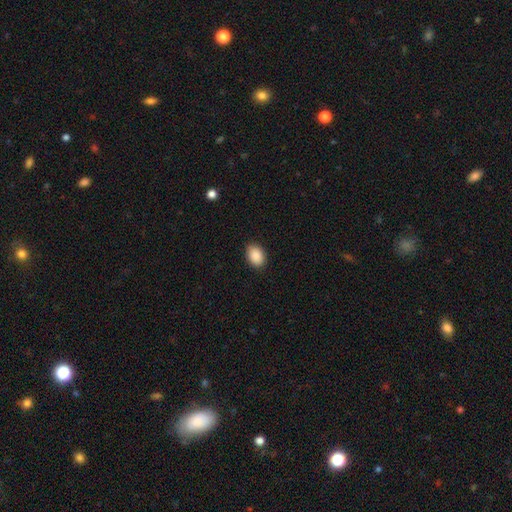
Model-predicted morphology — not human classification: This is clearly a smooth galaxy (90%). How rounded: likely in between (79%). Merging: clearly none (89%).